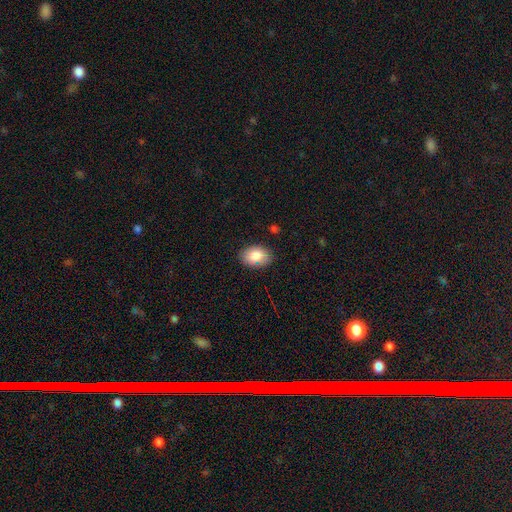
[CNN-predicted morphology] smooth 86%, featured or disk 7%, star or artifact 7%. Down the decision tree: how rounded — in between (85%); merging — none (85%).